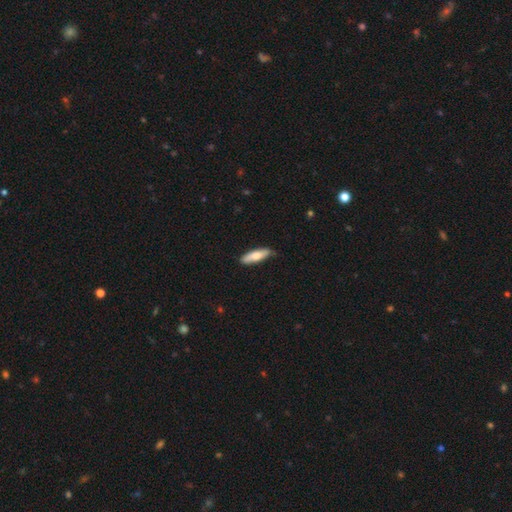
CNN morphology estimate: Smooth or featured? smooth (72%)
How rounded? cigar-shaped (61%)
Merging? none (81%)